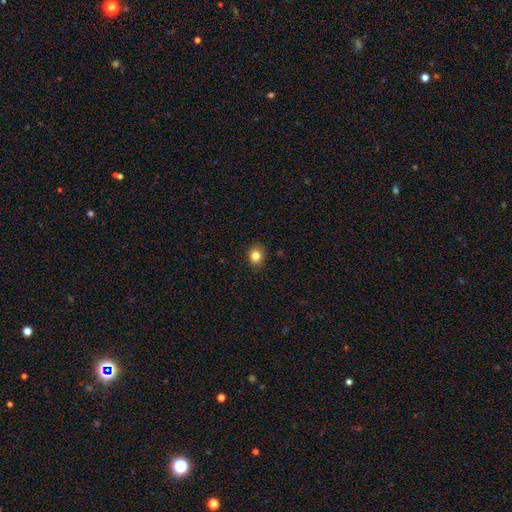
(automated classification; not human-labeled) A smooth galaxy with no disk features (83%) that is round (67%).

Vote fractions:
- Smooth or featured? smooth: 83% / star or artifact: 11% / featured or disk: 6%
- How rounded? round: 67% / in between: 32% / cigar-shaped: 1%
- Merging? none: 87% / minor disturbance: 10% / major disturbance: 2% / merger: 1%